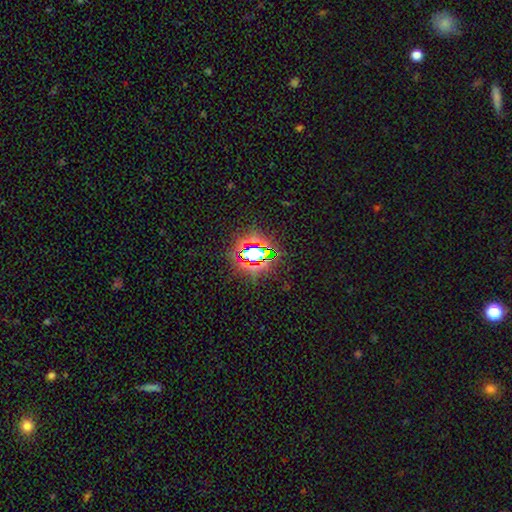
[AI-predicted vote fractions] This is likely a star or artifact rather than a galaxy (72%).